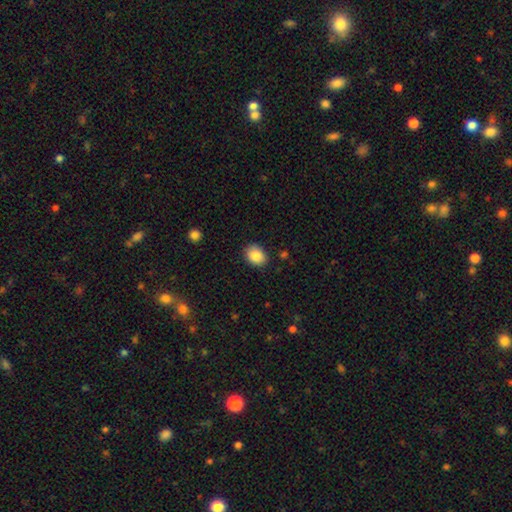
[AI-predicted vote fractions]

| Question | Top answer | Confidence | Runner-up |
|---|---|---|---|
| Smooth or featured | smooth | 86% | star or artifact (8%) |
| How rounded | in between | 60% | round (39%) |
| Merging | none | 85% | minor disturbance (11%) |